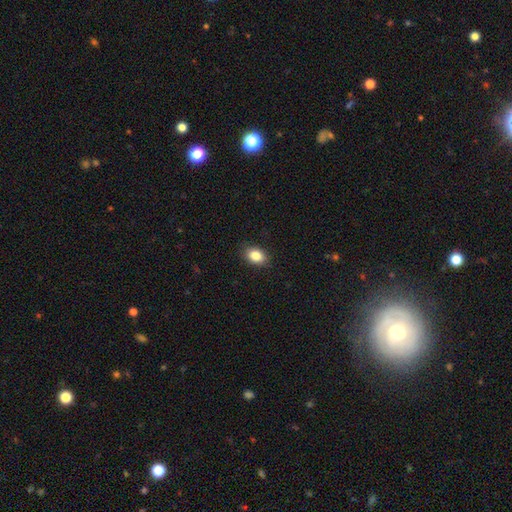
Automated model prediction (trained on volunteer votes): smooth-or-featured: smooth: 85% | star or artifact: 8% | featured or disk: 6%
  how-rounded: in between: 79% | round: 19% | cigar-shaped: 1%
  merging: none: 88% | minor disturbance: 9% | major disturbance: 2% | merger: 1%